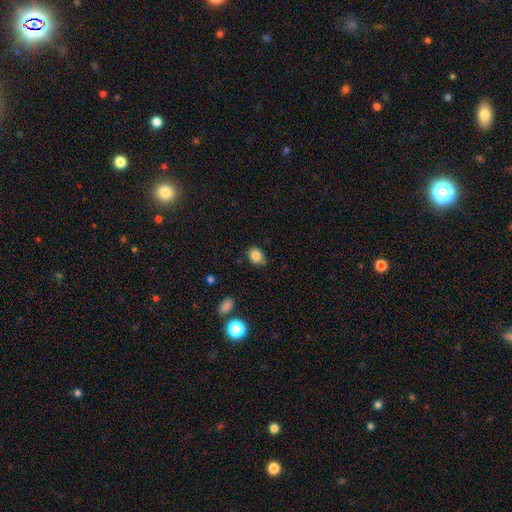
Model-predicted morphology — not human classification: type=smooth (83%); roundness=in between (65%); merging=none (76%).